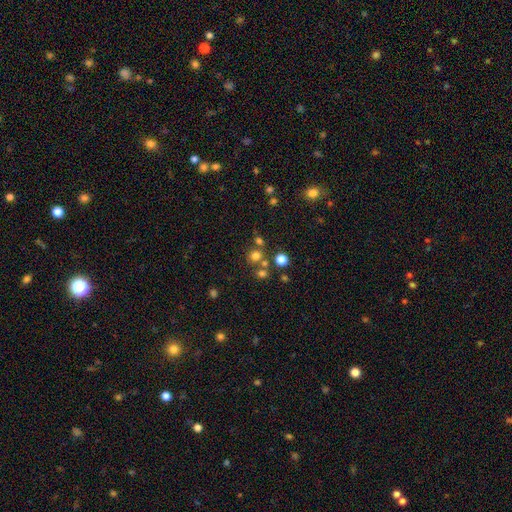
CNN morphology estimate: smooth 70%, star or artifact 22%, featured or disk 9%. Down the decision tree: how rounded — round (87%); merging — none (67%).